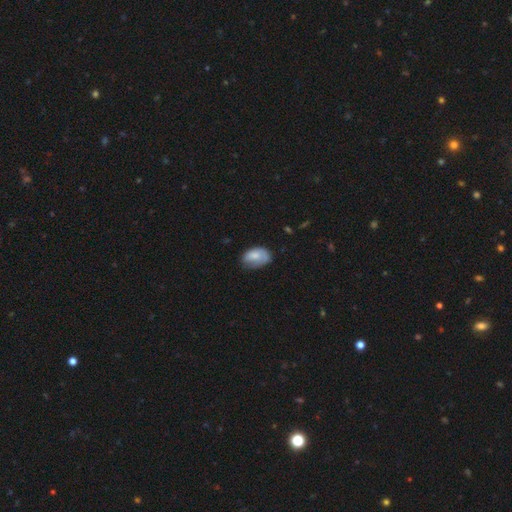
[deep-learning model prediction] smooth-or-featured: smooth: 67% | featured or disk: 26% | star or artifact: 7%
  how-rounded: in between: 89% | round: 10% | cigar-shaped: 1%
  merging: none: 52% | minor disturbance: 33% | major disturbance: 13% | merger: 2%